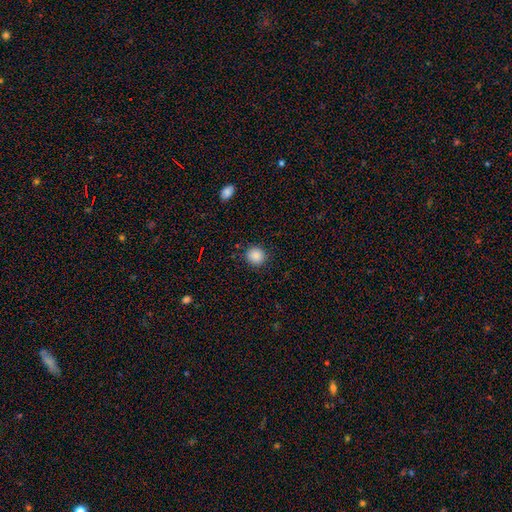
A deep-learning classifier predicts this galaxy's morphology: Q: Smooth or featured?
A: smooth (87%); runner-up: star or artifact (9%)
Q: How rounded?
A: round (90%); runner-up: in between (9%)
Q: Merging?
A: none (90%); runner-up: minor disturbance (7%)